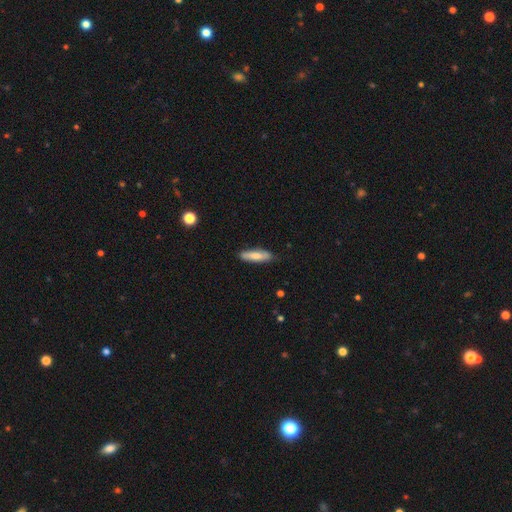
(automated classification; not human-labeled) This is likely a smooth galaxy (74%). How rounded: likely cigar-shaped (67%). Merging: clearly none (83%).